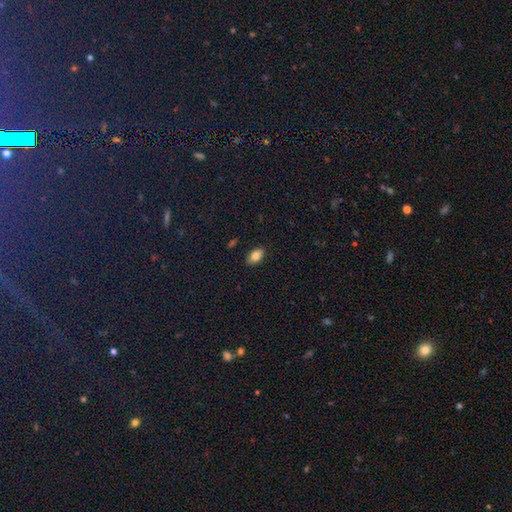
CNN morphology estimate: This is clearly a smooth galaxy (81%). How rounded: clearly in between (92%). Merging: clearly none (88%).